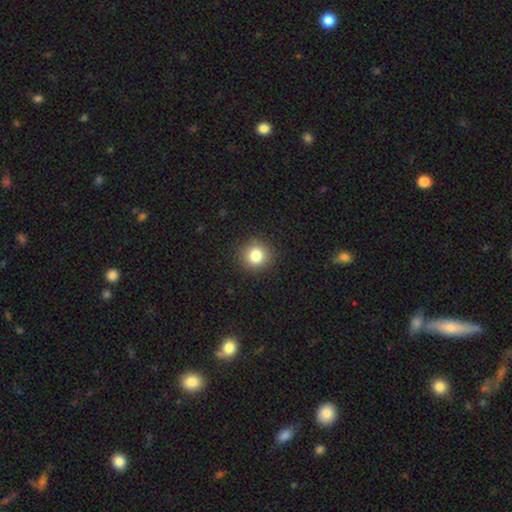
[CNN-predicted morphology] This is clearly a smooth galaxy (82%). How rounded: clearly round (91%). Merging: clearly none (91%).